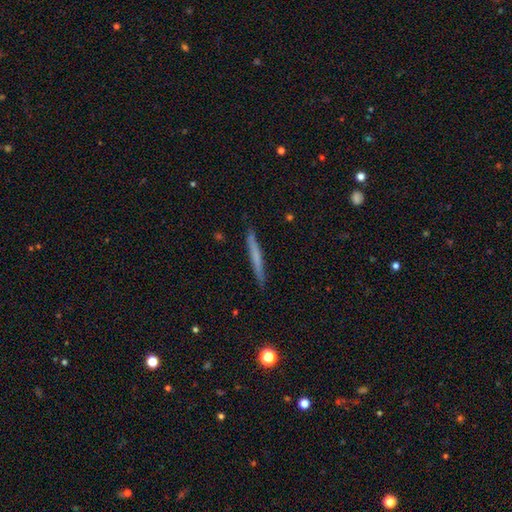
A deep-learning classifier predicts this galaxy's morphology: Q: Smooth or featured?
A: smooth (56%); runner-up: featured or disk (37%)
Q: How rounded?
A: cigar-shaped (97%); runner-up: in between (2%)
Q: Merging?
A: none (89%); runner-up: minor disturbance (8%)